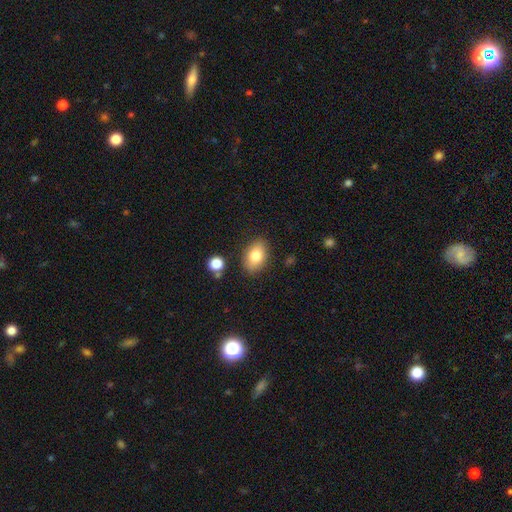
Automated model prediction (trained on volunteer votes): Smooth or featured?
  - smooth: 80% *
  - featured or disk: 11%
  - star or artifact: 8%
How rounded?
  - in between: 85% *
  - round: 14%
  - cigar-shaped: 1%
Merging?
  - none: 84% *
  - minor disturbance: 11%
  - major disturbance: 3%
  - merger: 3%